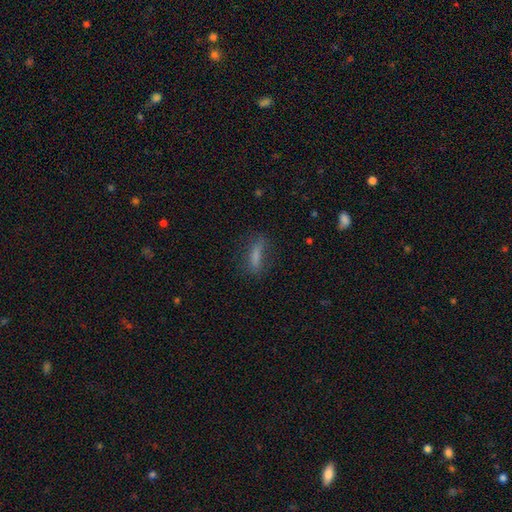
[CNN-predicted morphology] Smooth or featured? smooth (63%)
How rounded? cigar-shaped (67%)
Merging? none (68%)